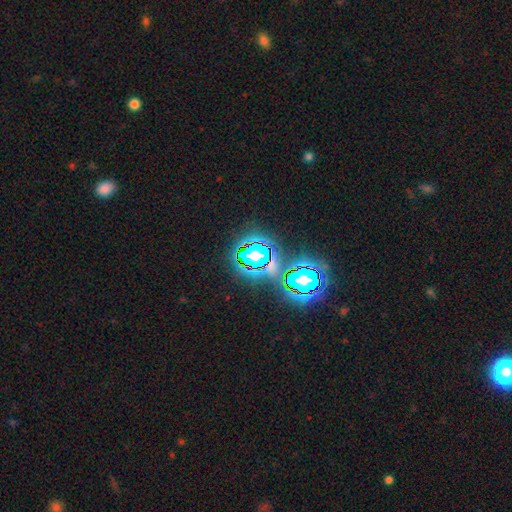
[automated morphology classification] star or artifact 69%, smooth 18%, featured or disk 13%.